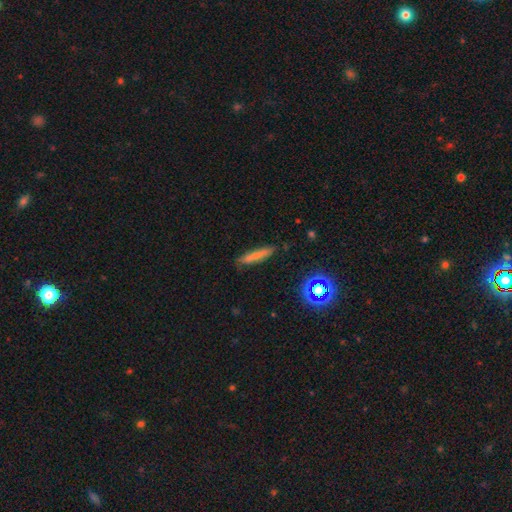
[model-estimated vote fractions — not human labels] smooth 67%, featured or disk 21%, star or artifact 12%. Down the decision tree: how rounded — cigar-shaped (87%); merging — none (81%).